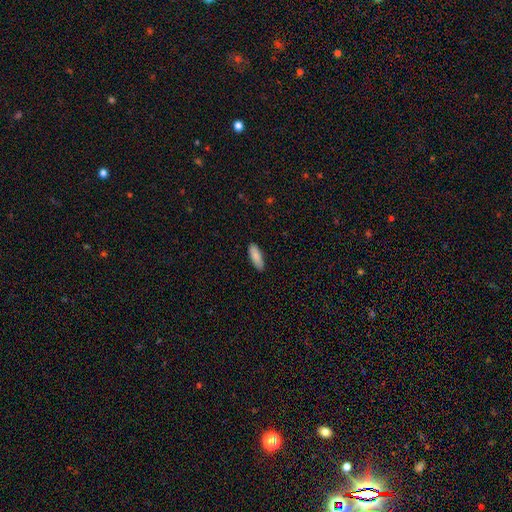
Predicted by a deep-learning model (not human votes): Smooth or featured? smooth (89%)
How rounded? in between (66%)
Merging? none (88%)